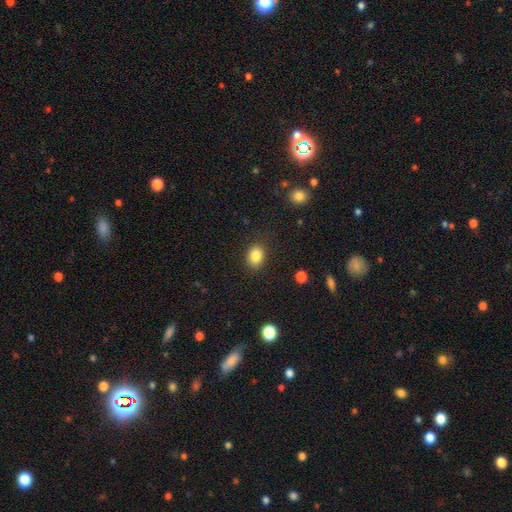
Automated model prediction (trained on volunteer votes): Smooth or featured: smooth — 85% (star or artifact — 9%)
How rounded: in between — 60% (round — 39%)
Merging: none — 86% (minor disturbance — 10%)